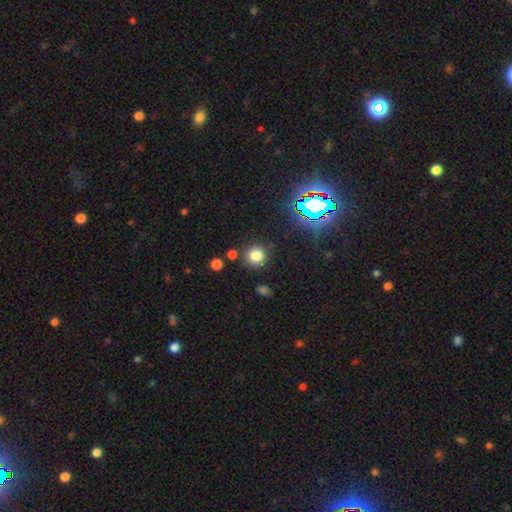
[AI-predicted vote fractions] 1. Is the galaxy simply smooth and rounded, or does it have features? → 75% smooth, 19% star or artifact, 6% featured or disk.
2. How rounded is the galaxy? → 92% round, 7% in between, 1% cigar-shaped.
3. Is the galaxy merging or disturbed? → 83% none, 8% minor disturbance, 5% merger, 3% major disturbance.